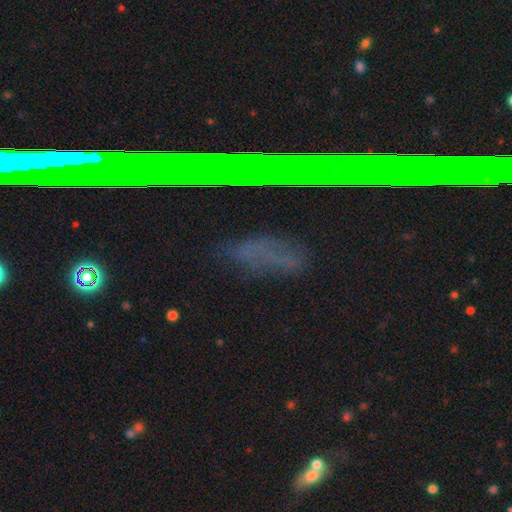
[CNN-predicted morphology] Smooth or featured: star or artifact — 65% (featured or disk — 21%)